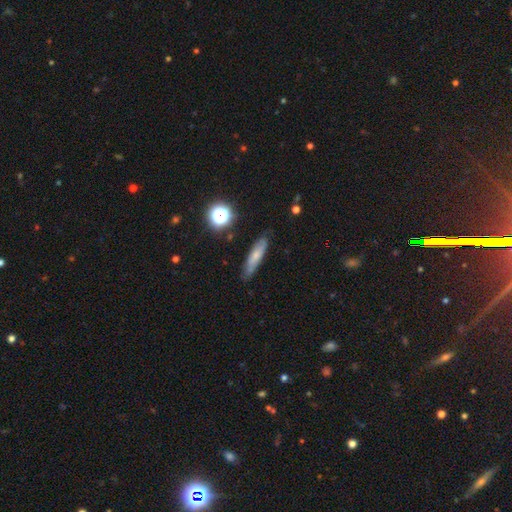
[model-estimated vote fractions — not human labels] Q: Smooth or featured?
A: smooth (61%); runner-up: featured or disk (29%)
Q: How rounded?
A: cigar-shaped (75%); runner-up: in between (21%)
Q: Merging?
A: none (77%); runner-up: minor disturbance (17%)